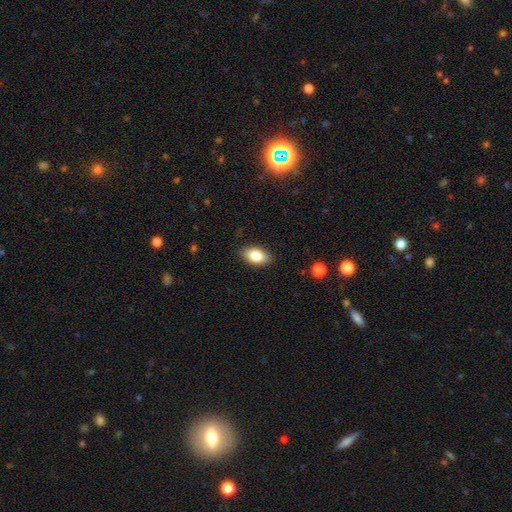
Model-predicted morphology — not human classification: type=smooth (82%); roundness=in between (91%); merging=none (87%).